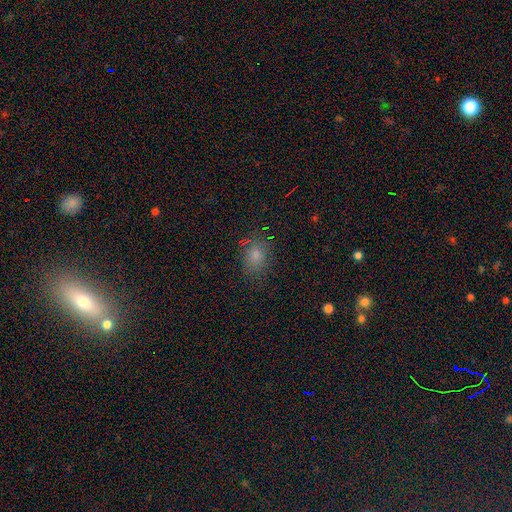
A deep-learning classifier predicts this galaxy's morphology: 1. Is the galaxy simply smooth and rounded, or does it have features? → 79% smooth, 14% star or artifact, 7% featured or disk.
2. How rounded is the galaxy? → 61% in between, 37% round, 1% cigar-shaped.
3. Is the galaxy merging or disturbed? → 77% none, 16% minor disturbance, 5% major disturbance, 1% merger.